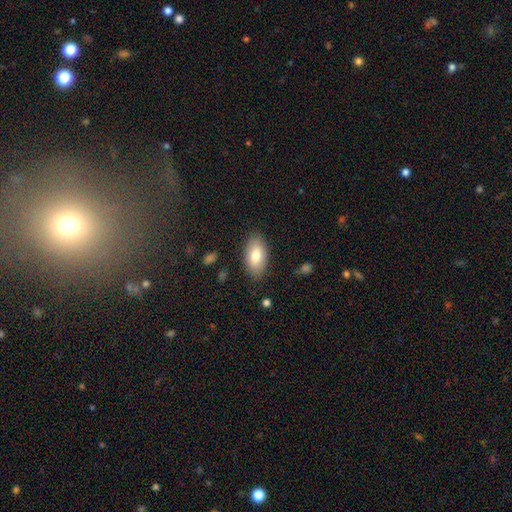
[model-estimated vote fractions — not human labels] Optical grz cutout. It shows a smooth galaxy with no disk features (78%) that is in between round and cigar-shaped (94%). Merging: none (85%).